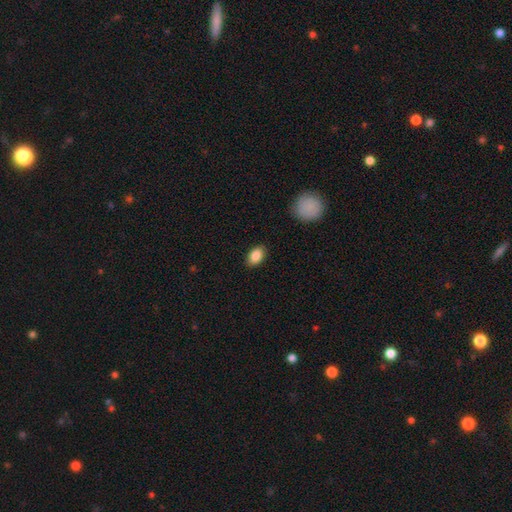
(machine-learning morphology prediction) smooth_or_featured: smooth (p=0.87) [alt: star or artifact p=0.08]
how_rounded: in between (p=0.89) [alt: round p=0.10]
merging: none (p=0.88) [alt: minor disturbance p=0.09]